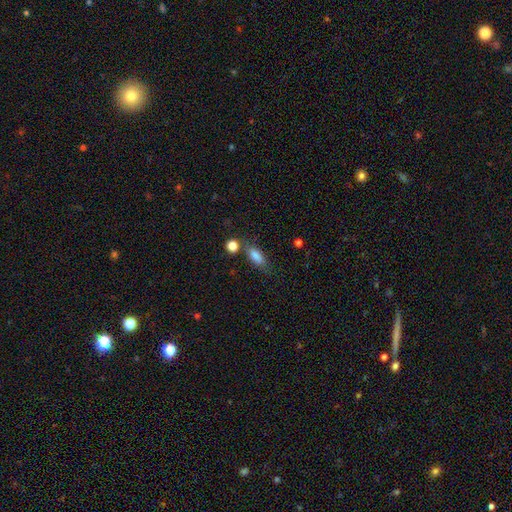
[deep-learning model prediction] smooth-or-featured: smooth: 82% | star or artifact: 9% | featured or disk: 9%
  how-rounded: in between: 74% | cigar-shaped: 21% | round: 5%
  merging: none: 63% | minor disturbance: 18% | merger: 12% | major disturbance: 6%